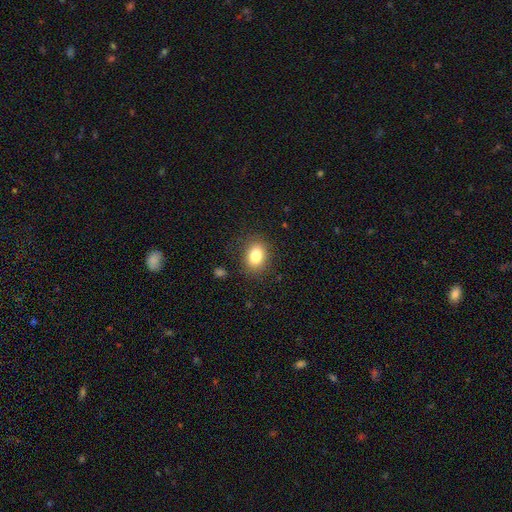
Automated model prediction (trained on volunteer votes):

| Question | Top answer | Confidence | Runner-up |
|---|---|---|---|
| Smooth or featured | smooth | 83% | star or artifact (9%) |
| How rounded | in between | 65% | round (34%) |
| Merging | none | 84% | minor disturbance (11%) |